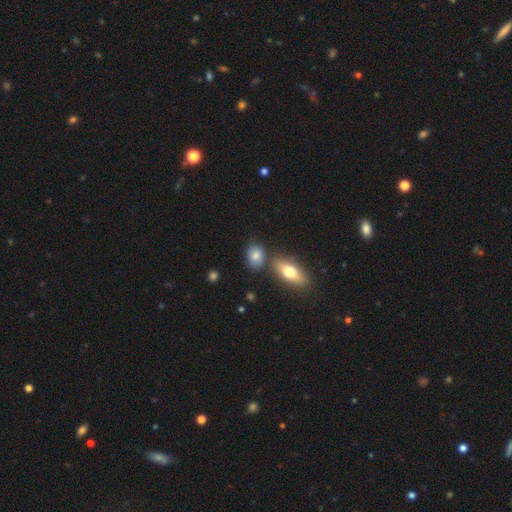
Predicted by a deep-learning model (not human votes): Smooth or featured: smooth — 78% (featured or disk — 12%)
How rounded: in between — 73% (round — 24%)
Merging: none — 67% (minor disturbance — 15%)